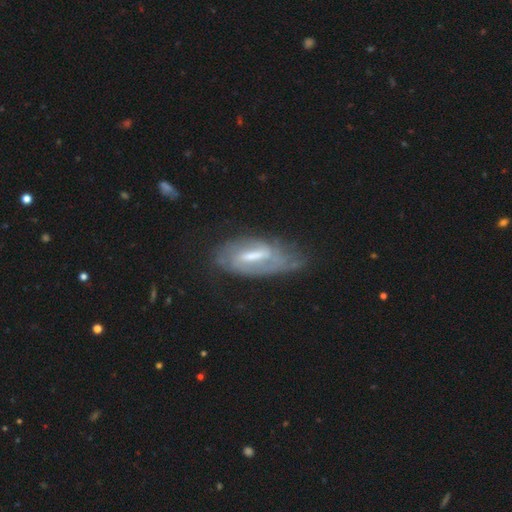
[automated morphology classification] type=featured or disk (70%); edge-on=no (86%); bar=strong (44%); spiral arms=yes (70%); bulge=moderate (47%); merging=none (48%).